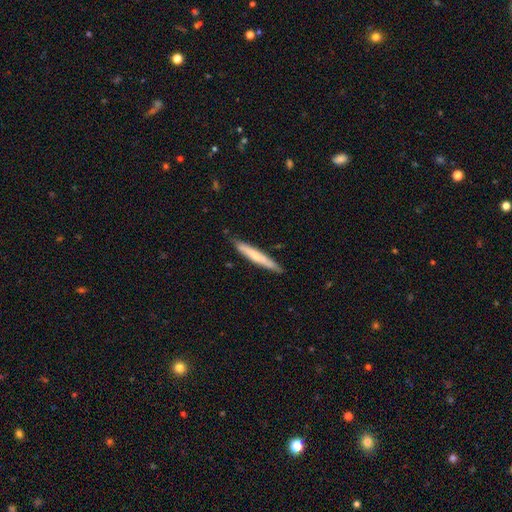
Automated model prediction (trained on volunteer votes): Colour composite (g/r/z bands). It shows a smooth galaxy with no disk features (57%) that is cigar-shaped (95%). Merging: none (85%).